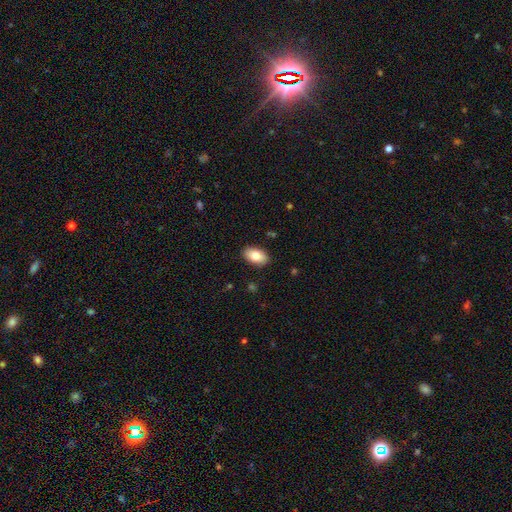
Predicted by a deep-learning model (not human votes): A smooth galaxy with no disk features (82%) that is in between round and cigar-shaped (94%). Merging: none (88%).